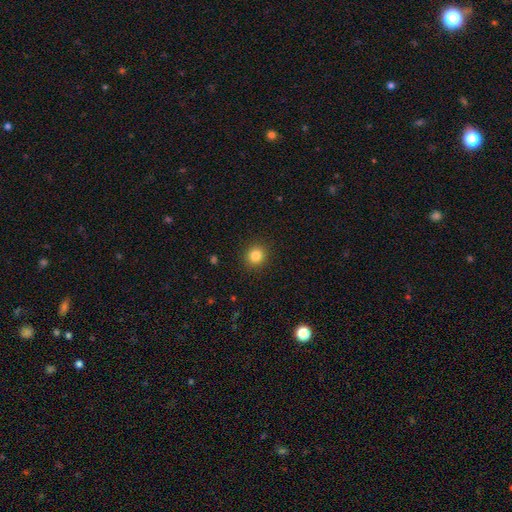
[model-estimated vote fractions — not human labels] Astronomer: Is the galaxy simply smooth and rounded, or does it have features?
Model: smooth — 84%.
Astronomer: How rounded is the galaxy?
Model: round — 91%.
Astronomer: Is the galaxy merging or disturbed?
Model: none — 92%.